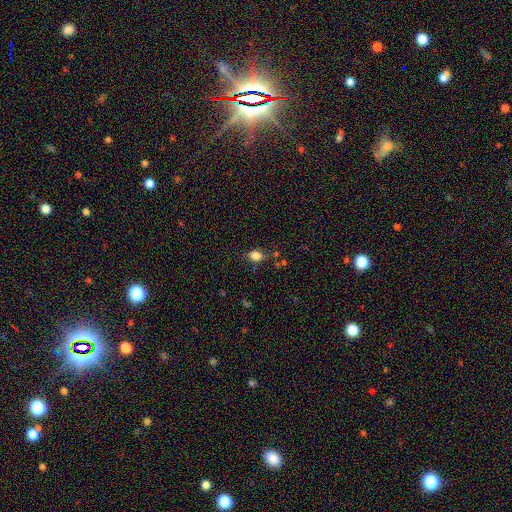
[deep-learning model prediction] This is clearly a smooth galaxy (81%). How rounded: possibly in between (53%). Merging: likely none (71%).